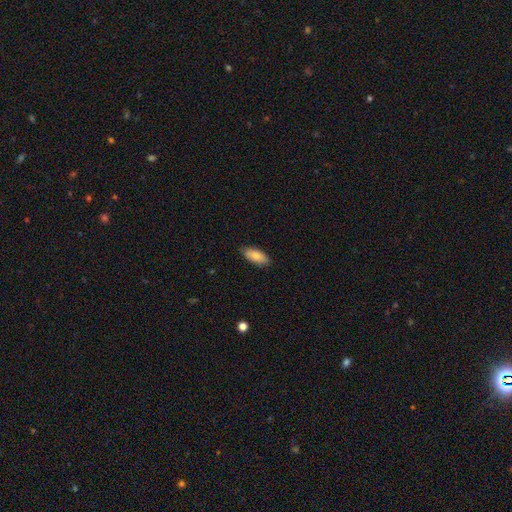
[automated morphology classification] This is clearly a smooth galaxy (82%). How rounded: clearly in between (84%). Merging: clearly none (86%).